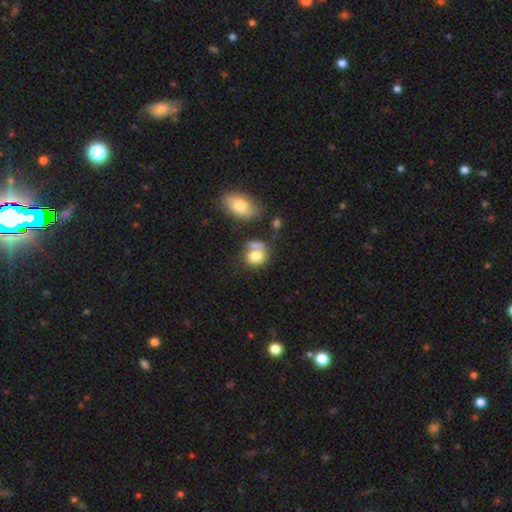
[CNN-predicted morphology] Overall: smooth (78%). How rounded: round (57%; in between 41%). Merging: none (41%; merger 33%).